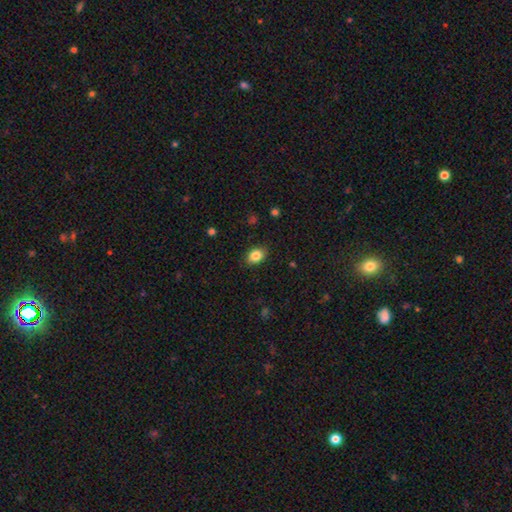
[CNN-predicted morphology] Smooth or featured?
  - smooth: 84% *
  - star or artifact: 9%
  - featured or disk: 7%
How rounded?
  - in between: 78% *
  - round: 21%
  - cigar-shaped: 1%
Merging?
  - none: 87% *
  - minor disturbance: 10%
  - major disturbance: 2%
  - merger: 1%